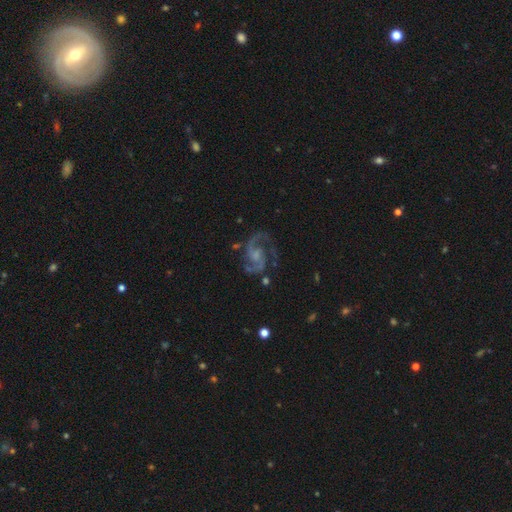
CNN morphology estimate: smooth_or_featured: featured or disk (p=0.91) [alt: star or artifact p=0.05]
disk_edge_on: no (p=0.98) [alt: yes p=0.02]
bar: no (p=0.49) [alt: weak p=0.42]
has_spiral_arms: yes (p=0.98) [alt: no p=0.02]
spiral_winding: medium (p=0.62) [alt: loose p=0.23]
spiral_arm_count: 2 (p=0.91) [alt: 3 p=0.03]
bulge_size: small (p=0.34) [alt: none p=0.33]
merging: none (p=0.71) [alt: minor disturbance p=0.16]